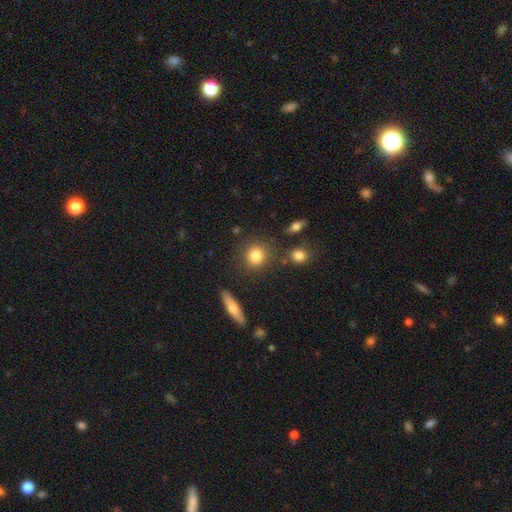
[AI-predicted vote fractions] A smooth galaxy with no disk features (83%) that is round (80%).

Vote fractions:
- Smooth or featured? smooth: 83% / star or artifact: 9% / featured or disk: 8%
- How rounded? round: 80% / in between: 17% / cigar-shaped: 2%
- Merging? none: 81% / minor disturbance: 9% / merger: 6% / major disturbance: 3%